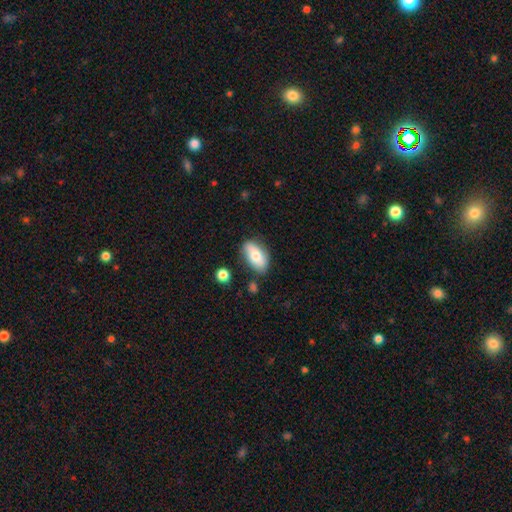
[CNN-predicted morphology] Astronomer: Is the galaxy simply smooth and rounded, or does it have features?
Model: smooth — 70%.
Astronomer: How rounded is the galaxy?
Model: in between — 90%.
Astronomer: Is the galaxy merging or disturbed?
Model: none — 76%.